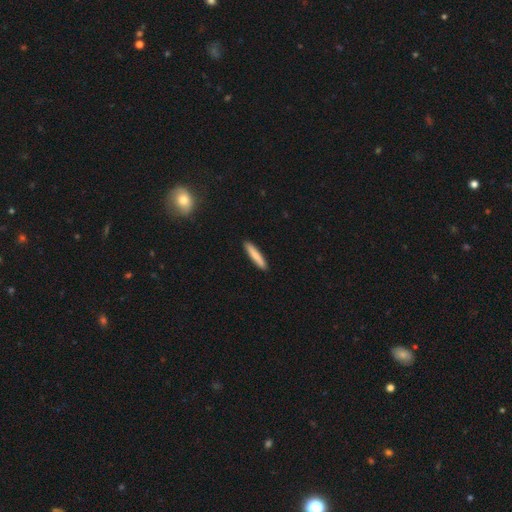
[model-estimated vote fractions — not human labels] Smooth or featured?
  - smooth: 81% *
  - featured or disk: 14%
  - star or artifact: 6%
How rounded?
  - cigar-shaped: 92% *
  - in between: 7%
  - round: 1%
Merging?
  - none: 91% *
  - minor disturbance: 7%
  - major disturbance: 1%
  - merger: 1%